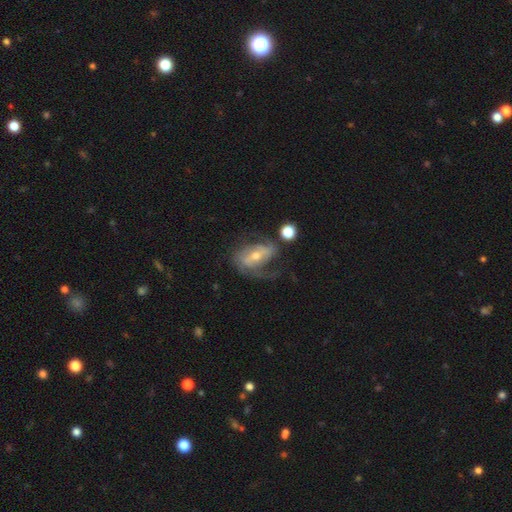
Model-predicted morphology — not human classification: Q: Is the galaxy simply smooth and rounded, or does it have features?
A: featured or disk — 79%.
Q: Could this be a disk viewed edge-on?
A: no — 95%.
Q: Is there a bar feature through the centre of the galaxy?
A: weak — 38%.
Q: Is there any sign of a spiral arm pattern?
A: yes — 88%.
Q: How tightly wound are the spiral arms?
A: medium — 42%.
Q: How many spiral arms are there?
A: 2 — 65%.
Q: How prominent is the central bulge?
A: moderate — 51%.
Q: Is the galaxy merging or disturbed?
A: none — 45%.